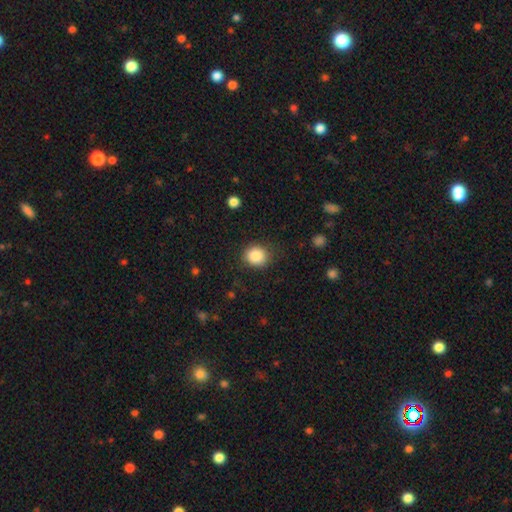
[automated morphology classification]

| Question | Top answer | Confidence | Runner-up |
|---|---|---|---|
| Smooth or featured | smooth | 87% | star or artifact (9%) |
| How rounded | round | 80% | in between (19%) |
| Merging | none | 85% | minor disturbance (10%) |